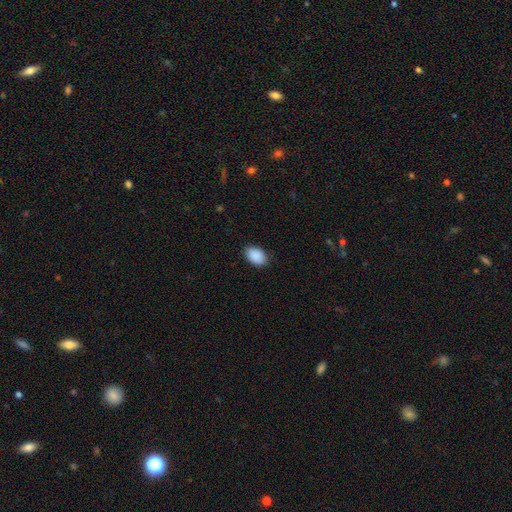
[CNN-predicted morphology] smooth-or-featured: smooth: 91% | star or artifact: 7% | featured or disk: 3%
  how-rounded: in between: 88% | round: 11% | cigar-shaped: 1%
  merging: none: 86% | minor disturbance: 11% | major disturbance: 2% | merger: 1%